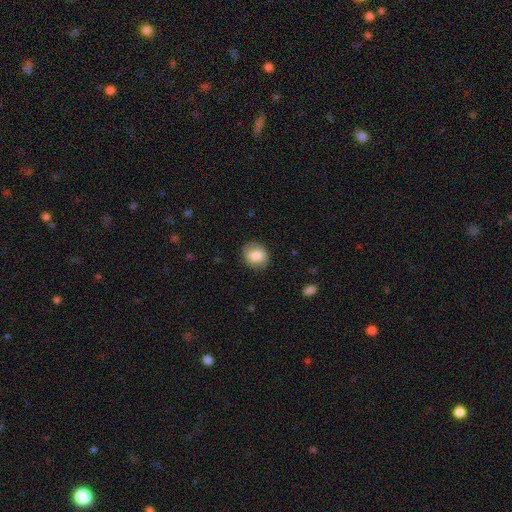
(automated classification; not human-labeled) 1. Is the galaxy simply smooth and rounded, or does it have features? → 77% smooth, 16% featured or disk, 7% star or artifact.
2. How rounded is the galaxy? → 52% round, 47% in between, 1% cigar-shaped.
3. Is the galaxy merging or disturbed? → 80% none, 15% minor disturbance, 4% major disturbance, 1% merger.